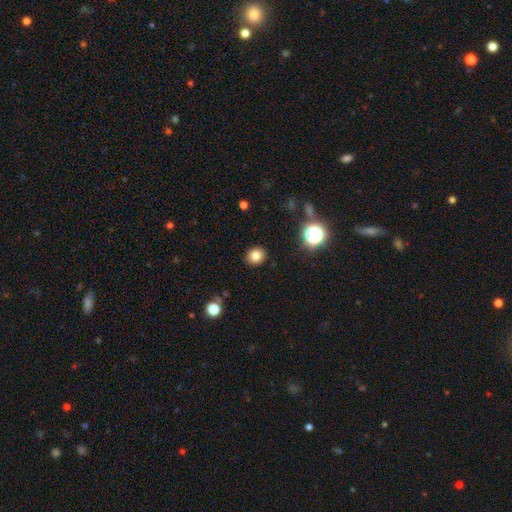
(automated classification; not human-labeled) Morphology: type=smooth (81%); roundness=round (83%); merging=none (91%).